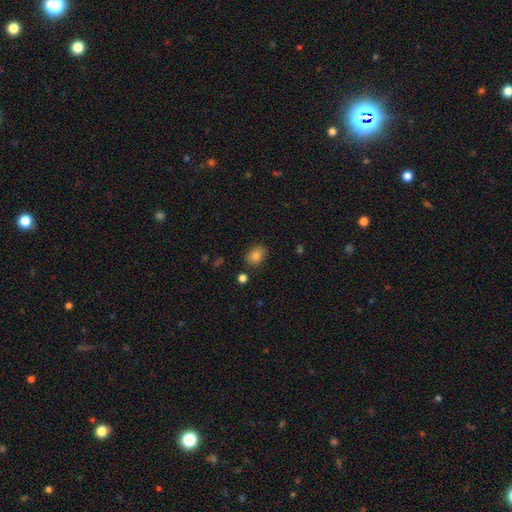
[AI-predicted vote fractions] This is clearly a smooth galaxy (84%). How rounded: likely in between (61%). Merging: clearly none (82%).